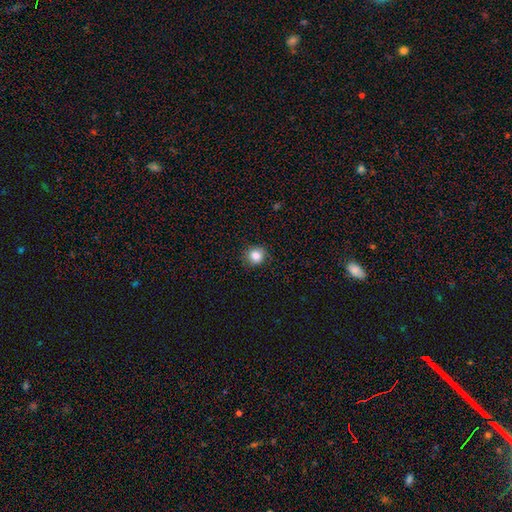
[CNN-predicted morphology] The model was most divided on "smooth or featured": smooth: 84%, star or artifact: 11%, featured or disk: 5%. More confident: merging — none (87%); how rounded — round (87%).